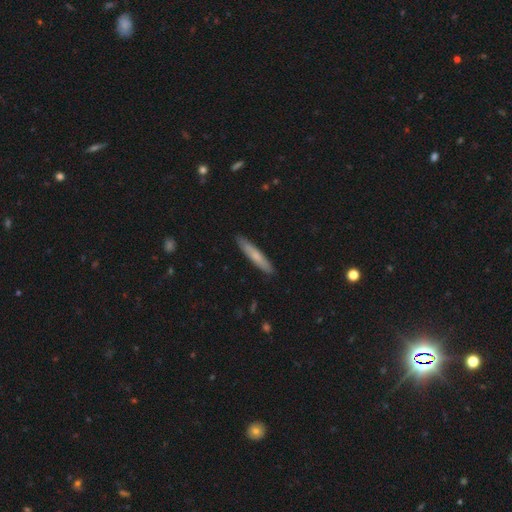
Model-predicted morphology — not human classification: Smooth or featured? smooth (65%)
How rounded? cigar-shaped (91%)
Merging? none (89%)